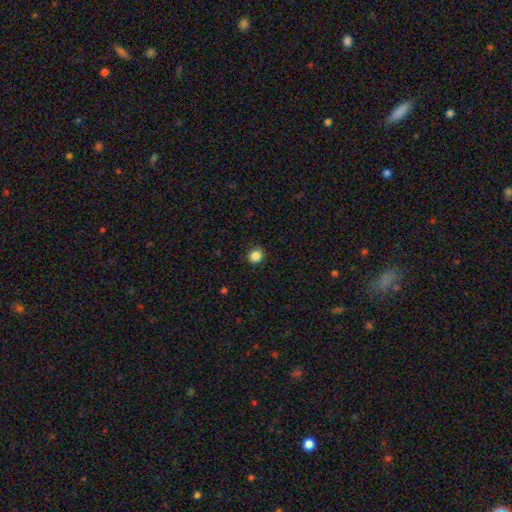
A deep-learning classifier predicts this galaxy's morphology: type=smooth (86%); roundness=round (88%); merging=none (89%).